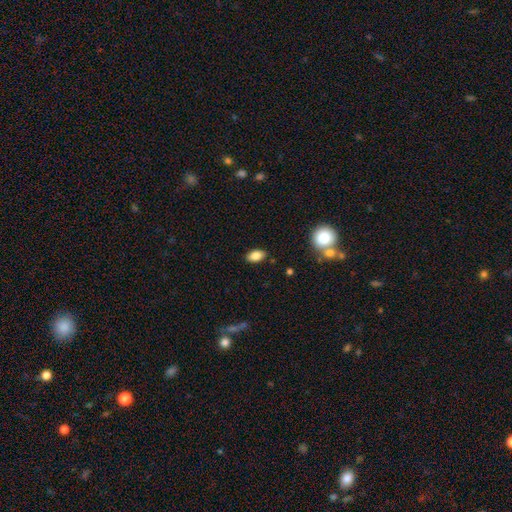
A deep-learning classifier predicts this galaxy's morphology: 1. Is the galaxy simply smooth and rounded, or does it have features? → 84% smooth, 9% star or artifact, 7% featured or disk.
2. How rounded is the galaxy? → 90% in between, 7% round, 3% cigar-shaped.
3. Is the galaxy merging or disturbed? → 86% none, 10% minor disturbance, 2% major disturbance, 2% merger.